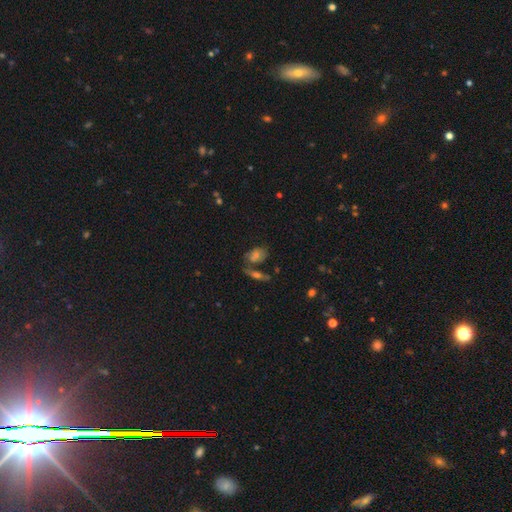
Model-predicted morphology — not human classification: Q: Smooth or featured?
A: smooth (47%); runner-up: featured or disk (31%)
Q: Merging?
A: none (55%); runner-up: merger (24%)